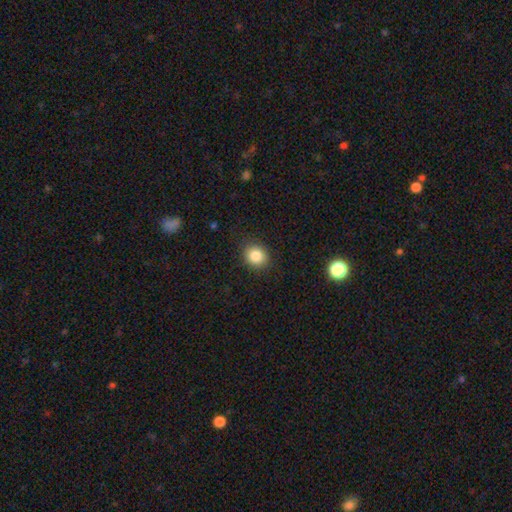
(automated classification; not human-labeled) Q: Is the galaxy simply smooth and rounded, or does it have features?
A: smooth — 85%.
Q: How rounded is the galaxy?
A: round — 75%.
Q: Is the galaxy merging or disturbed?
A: none — 88%.